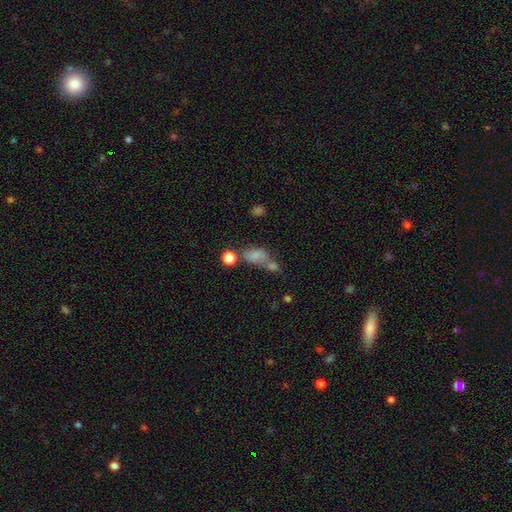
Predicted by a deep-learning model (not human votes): This is likely a smooth galaxy (73%). How rounded: likely in between (77%). Merging: possibly merger (45%).